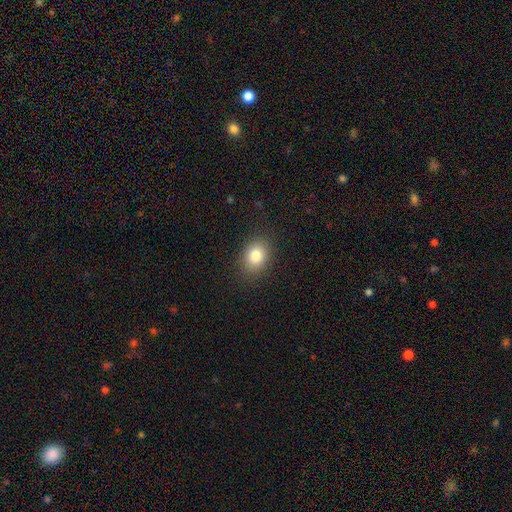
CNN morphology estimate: Overall: smooth (81%). How rounded: in between (60%; round 39%). Merging: none (88%).